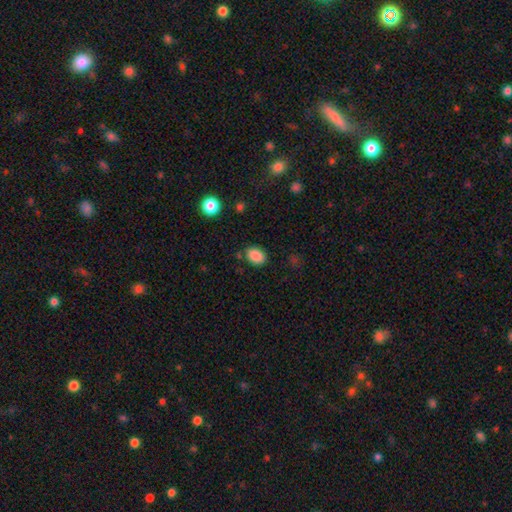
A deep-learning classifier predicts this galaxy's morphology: This is clearly a smooth galaxy (87%). How rounded: likely in between (75%). Merging: likely none (80%).